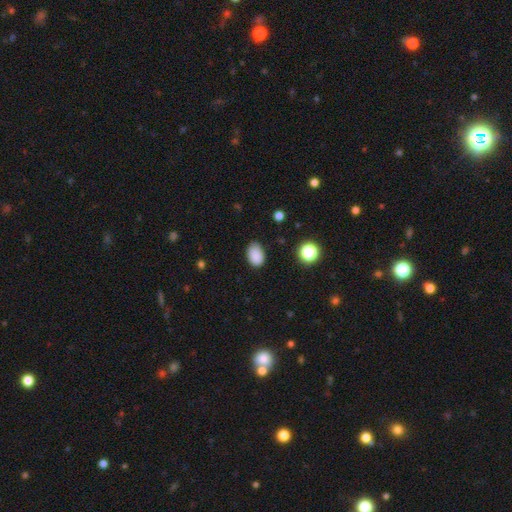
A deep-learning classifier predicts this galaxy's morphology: A smooth galaxy with no disk features (86%) that is in between round and cigar-shaped (85%).

Vote fractions:
- Smooth or featured? smooth: 86% / star or artifact: 10% / featured or disk: 4%
- How rounded? in between: 85% / round: 14% / cigar-shaped: 1%
- Merging? none: 76% / minor disturbance: 19% / major disturbance: 4% / merger: 1%